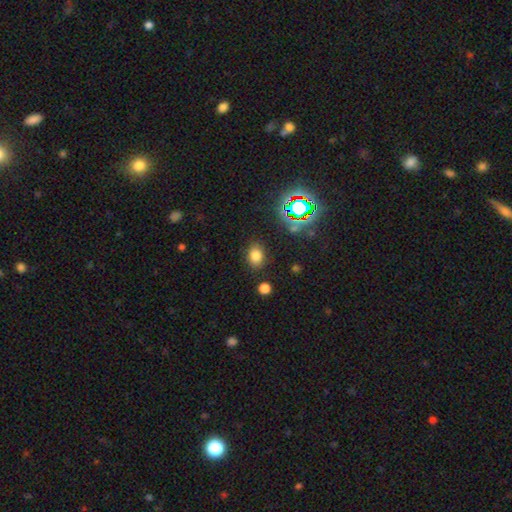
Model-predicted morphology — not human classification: The model was most divided on "how rounded": in between: 63%, round: 36%, cigar-shaped: 1%. More confident: merging — none (84%); smooth or featured — smooth (75%).